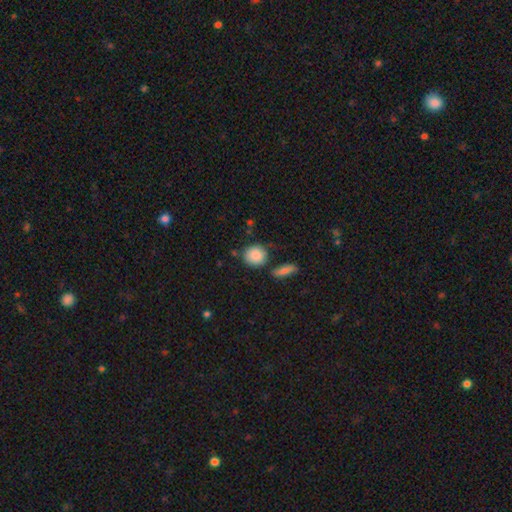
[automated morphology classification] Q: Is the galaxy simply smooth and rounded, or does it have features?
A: smooth — 87%.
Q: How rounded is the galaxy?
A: round — 81%.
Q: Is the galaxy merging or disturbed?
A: none — 71%.